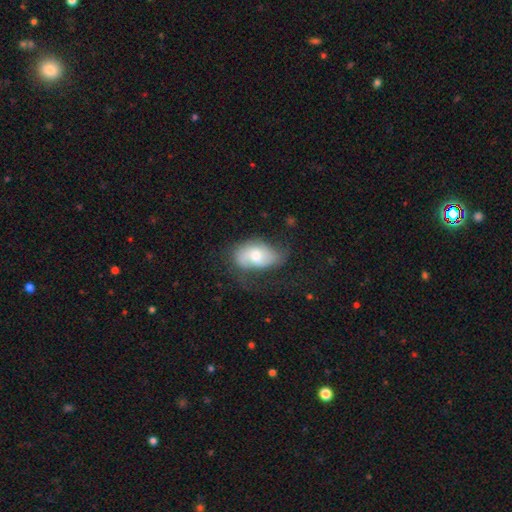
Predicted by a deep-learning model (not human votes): Smooth or featured? Predicted: smooth (p=0.49). Merging? Predicted: none (p=0.44).